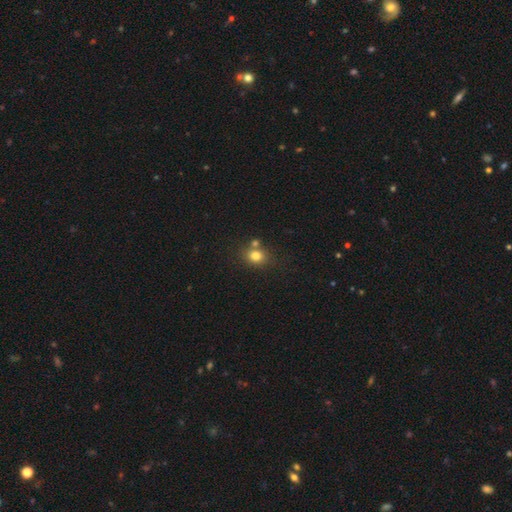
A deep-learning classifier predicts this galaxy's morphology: Overall: smooth (79%). How rounded: round (63%; in between 36%). Merging: none (64%).